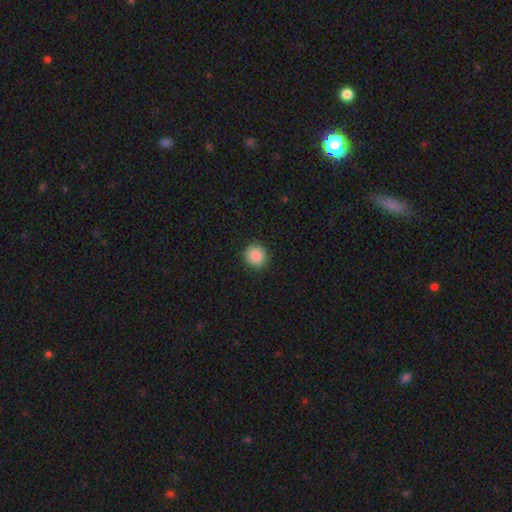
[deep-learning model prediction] Overall: smooth (88%). How rounded: round (92%). Merging: none (93%).